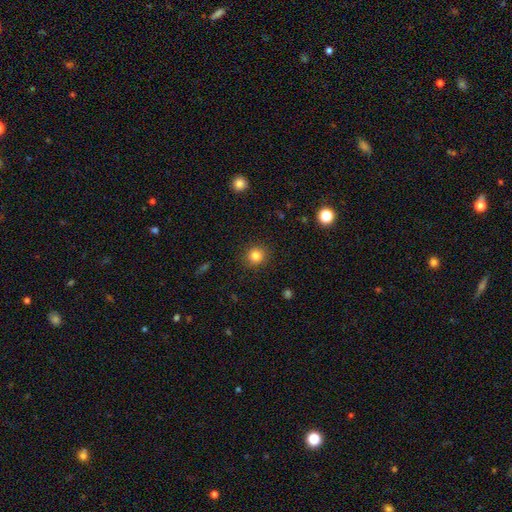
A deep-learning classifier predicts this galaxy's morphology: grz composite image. It shows a smooth galaxy with no disk features (84%) that is round (90%). Merging: none (91%).